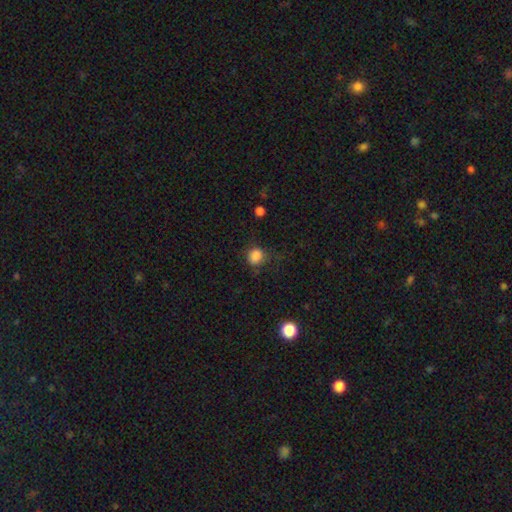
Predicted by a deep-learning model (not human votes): A smooth galaxy with no disk features (85%) that is round (70%).

Vote fractions:
- Smooth or featured? smooth: 85% / star or artifact: 11% / featured or disk: 5%
- How rounded? round: 70% / in between: 29% / cigar-shaped: 1%
- Merging? none: 64% / minor disturbance: 22% / major disturbance: 11% / merger: 2%